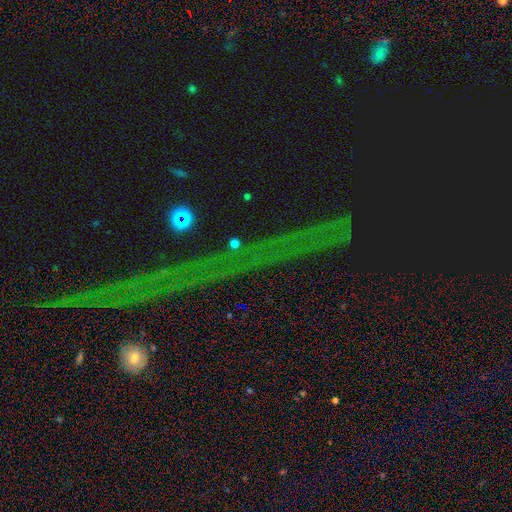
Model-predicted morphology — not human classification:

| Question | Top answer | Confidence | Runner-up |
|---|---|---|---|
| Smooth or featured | star or artifact | 82% | featured or disk (9%) |